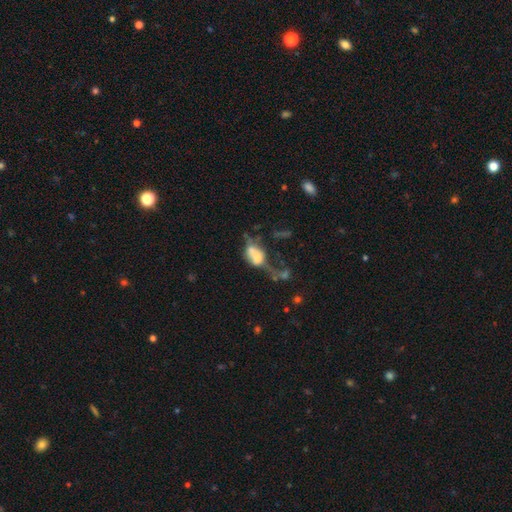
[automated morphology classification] Smooth or featured? smooth (51%)
How rounded? in between (76%)
Merging? major disturbance (36%, tied with merger)